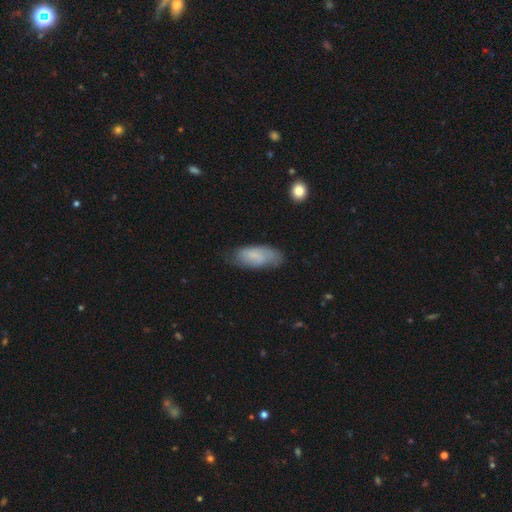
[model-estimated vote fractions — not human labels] smooth_or_featured: smooth (p=0.66) [alt: featured or disk p=0.27]
how_rounded: in between (p=0.82) [alt: cigar-shaped p=0.16]
merging: none (p=0.66) [alt: minor disturbance p=0.26]